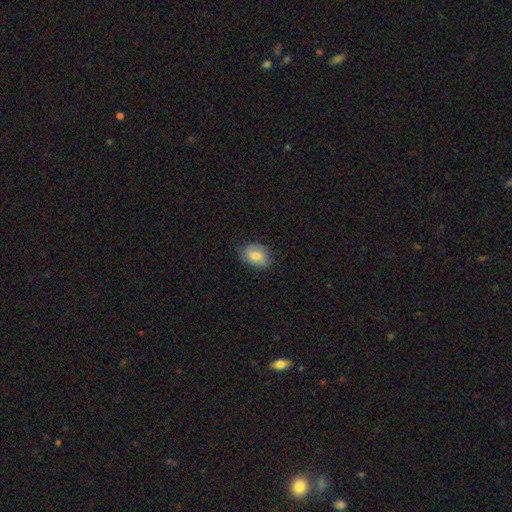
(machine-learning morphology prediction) The model was most divided on "how rounded": in between: 69%, round: 30%, cigar-shaped: 1%. More confident: merging — none (79%); smooth or featured — smooth (71%).